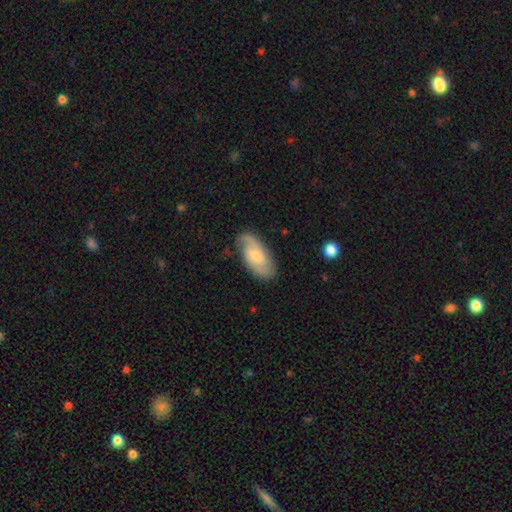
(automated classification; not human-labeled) Smooth or featured? featured or disk (62%)
Edge-on disk? no (93%)
Bar? no (53%)
Spiral arms? yes (90%)
Spiral winding? medium (42%)
Spiral arm count? 2 (63%)
Bulge size? small (54%)
Merging? none (71%)